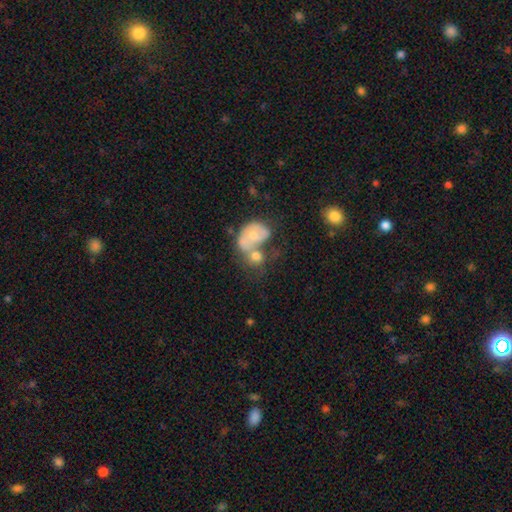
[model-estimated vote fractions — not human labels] smooth_or_featured: smooth (p=0.60) [alt: featured or disk p=0.32]
how_rounded: round (p=0.52) [alt: in between p=0.46]
merging: merger (p=0.62) [alt: none p=0.19]